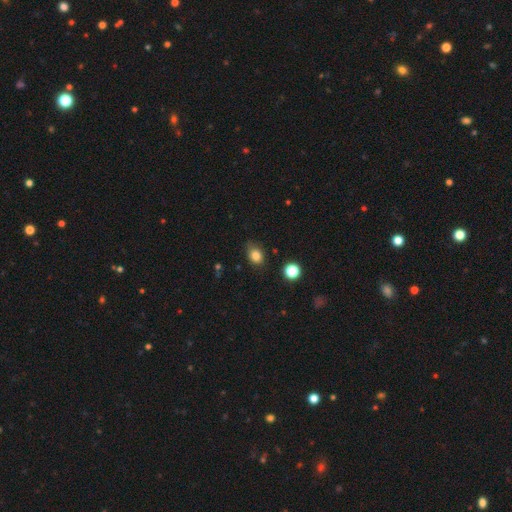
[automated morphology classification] type=smooth (82%); roundness=in between (63%); merging=none (74%).